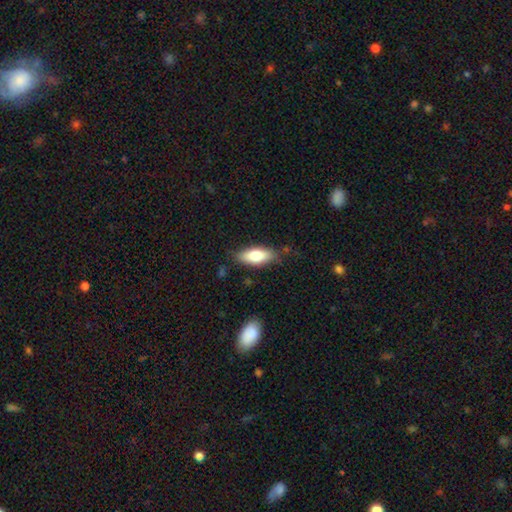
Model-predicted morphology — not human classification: Smooth or featured? smooth (73%)
How rounded? in between (74%)
Merging? none (80%)